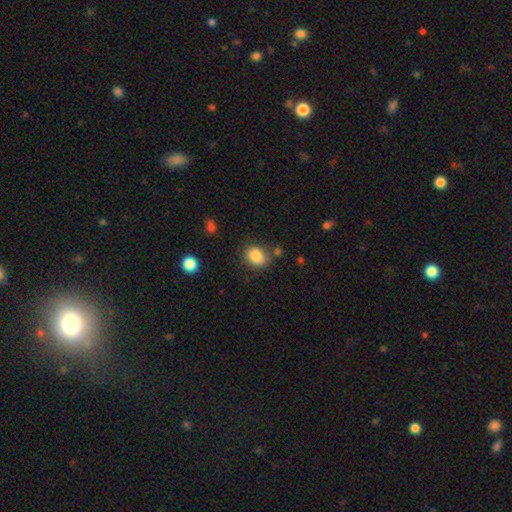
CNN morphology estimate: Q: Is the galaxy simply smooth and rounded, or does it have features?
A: smooth — 86%.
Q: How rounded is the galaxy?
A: in between — 51%.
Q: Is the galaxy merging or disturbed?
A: none — 73%.